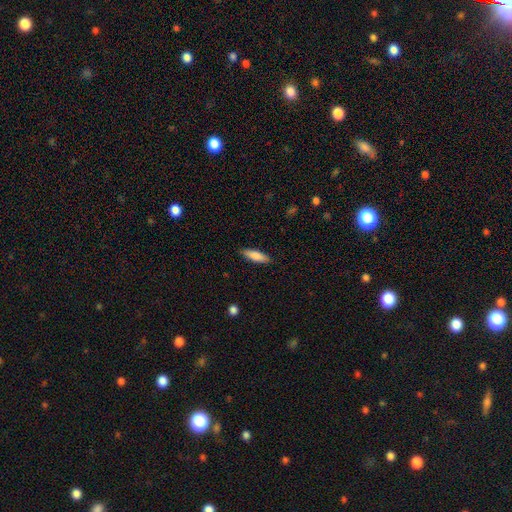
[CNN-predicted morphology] This appears to be a smooth galaxy with no disk features (82%) that is cigar-shaped (53%). Merging: none (88%).